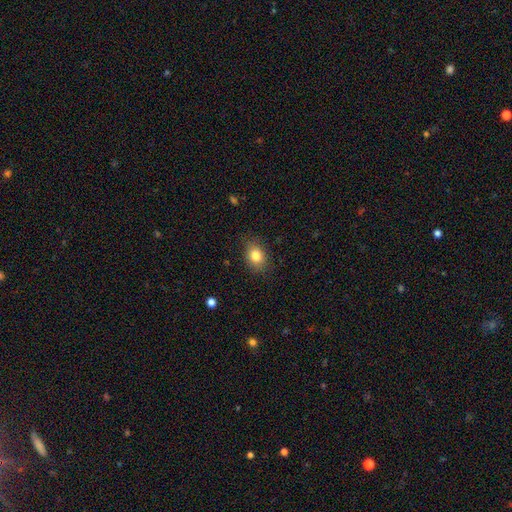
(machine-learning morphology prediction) Smooth or featured? smooth (83%)
How rounded? in between (59%)
Merging? none (82%)